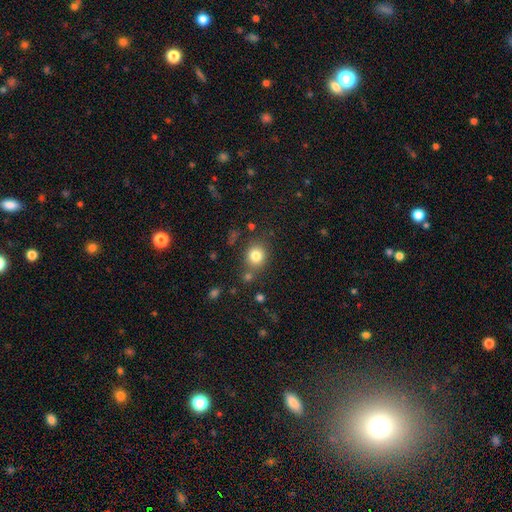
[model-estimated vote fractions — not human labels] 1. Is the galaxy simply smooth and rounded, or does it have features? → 80% smooth, 12% star or artifact, 8% featured or disk.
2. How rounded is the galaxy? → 74% round, 25% in between, 1% cigar-shaped.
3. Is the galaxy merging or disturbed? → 74% none, 12% minor disturbance, 9% merger, 4% major disturbance.